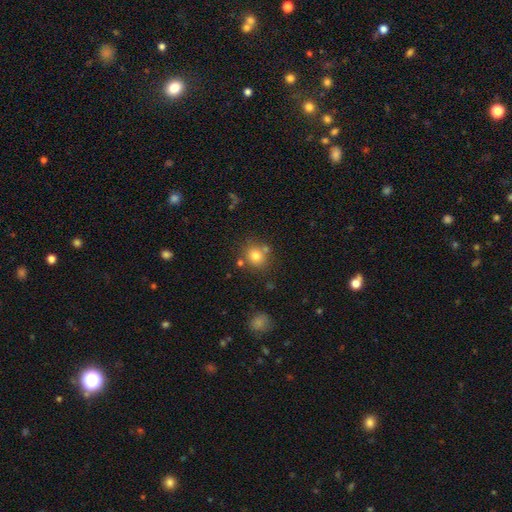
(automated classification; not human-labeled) Smooth or featured: smooth — 79% (star or artifact — 12%)
How rounded: round — 78% (in between — 22%)
Merging: none — 69% (merger — 14%)